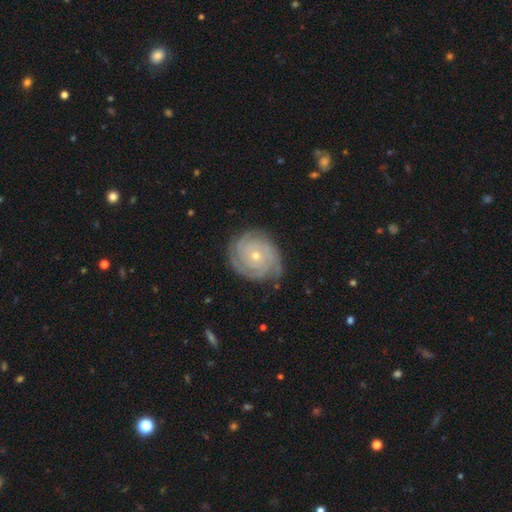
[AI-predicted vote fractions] Q: Smooth or featured?
A: featured or disk (90%); runner-up: star or artifact (5%)
Q: Edge-on disk?
A: no (98%); runner-up: yes (2%)
Q: Bar?
A: no (80%); runner-up: weak (15%)
Q: Spiral arms?
A: yes (98%); runner-up: no (2%)
Q: Spiral winding?
A: tight (85%); runner-up: medium (13%)
Q: Spiral arm count?
A: 3 (33%); runner-up: 4 (23%)
Q: Bulge size?
A: small (65%); runner-up: moderate (32%)
Q: Merging?
A: none (81%); runner-up: minor disturbance (15%)